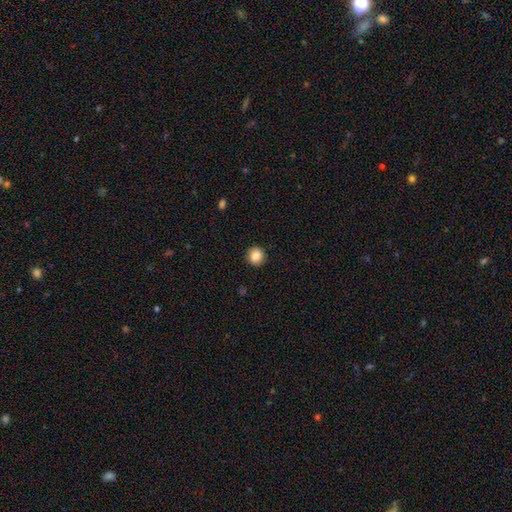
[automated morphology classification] Smooth or featured: smooth — 87% (star or artifact — 9%)
How rounded: round — 89% (in between — 11%)
Merging: none — 89% (minor disturbance — 8%)